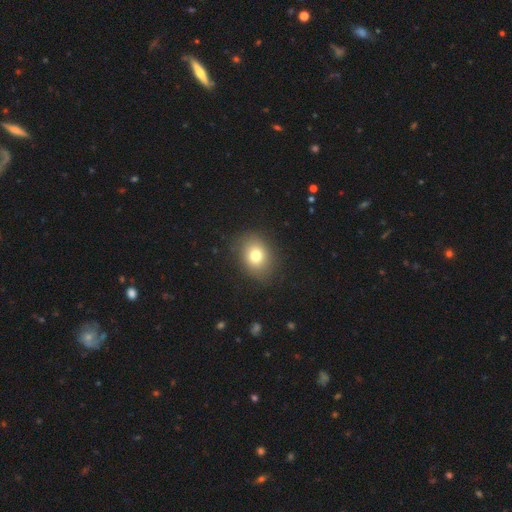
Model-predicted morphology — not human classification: smooth-or-featured: smooth: 75% | featured or disk: 13% | star or artifact: 12%
  how-rounded: in between: 54% | round: 45% | cigar-shaped: 1%
  merging: none: 85% | minor disturbance: 11% | major disturbance: 4% | merger: 1%